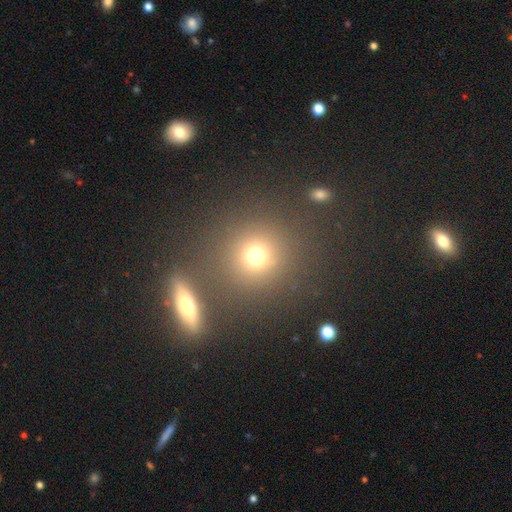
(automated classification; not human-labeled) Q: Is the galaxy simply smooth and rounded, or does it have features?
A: smooth — 73%.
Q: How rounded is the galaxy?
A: round — 87%.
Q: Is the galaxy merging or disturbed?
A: none — 75%.